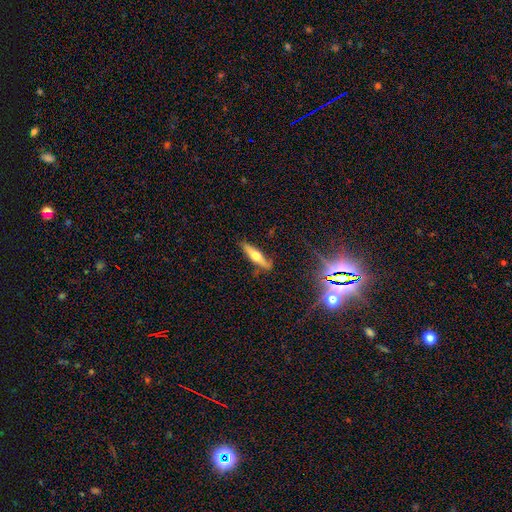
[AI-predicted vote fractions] This appears to be a featured or disk galaxy (49%). Merging: none (83%).